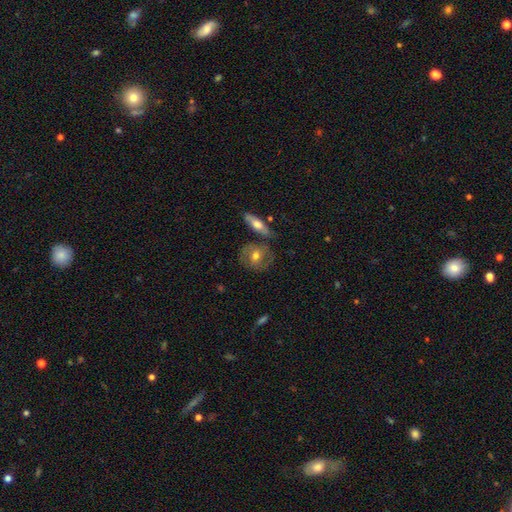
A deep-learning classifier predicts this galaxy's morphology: This appears to be a smooth galaxy with no disk features (47%). Merging: none (71%).